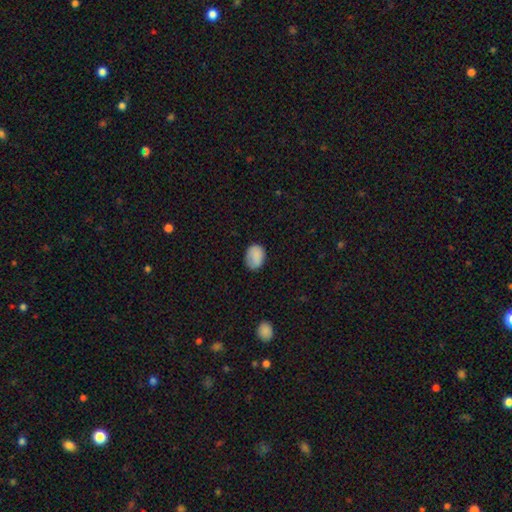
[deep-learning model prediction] This appears to be a smooth galaxy with no disk features (86%) that is in between round and cigar-shaped (63%). Merging: none (74%).